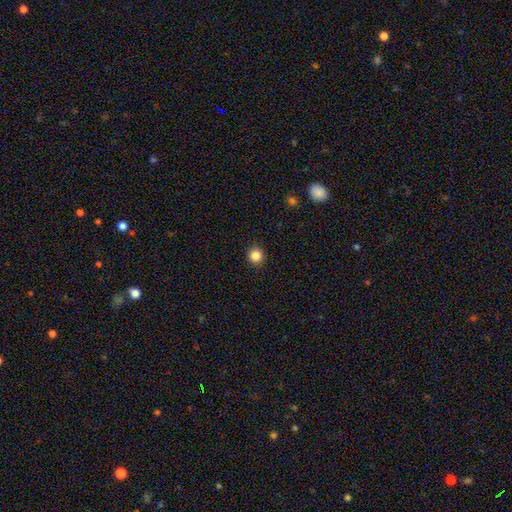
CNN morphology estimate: smooth 85%, star or artifact 11%, featured or disk 4%. Down the decision tree: how rounded — round (92%); merging — none (92%).